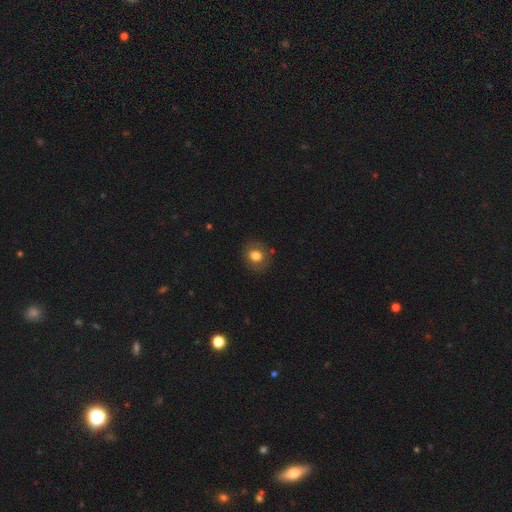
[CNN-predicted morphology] A smooth galaxy with no disk features (76%) that is round (73%).

Vote fractions:
- Smooth or featured? smooth: 76% / featured or disk: 14% / star or artifact: 10%
- How rounded? round: 73% / in between: 26% / cigar-shaped: 1%
- Merging? none: 85% / minor disturbance: 10% / major disturbance: 3% / merger: 1%